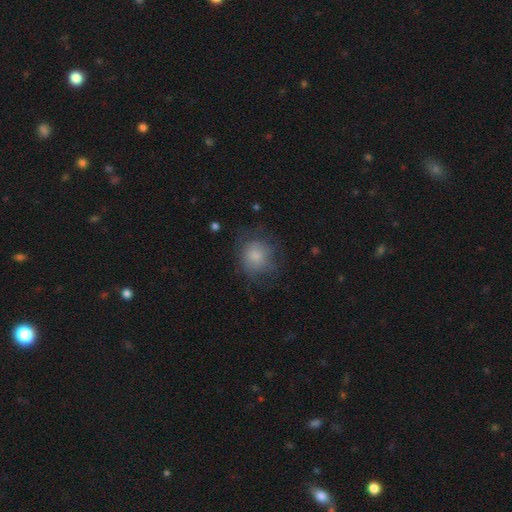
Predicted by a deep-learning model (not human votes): Overall: smooth (75%). How rounded: round (81%). Merging: none (58%; minor disturbance 24%).